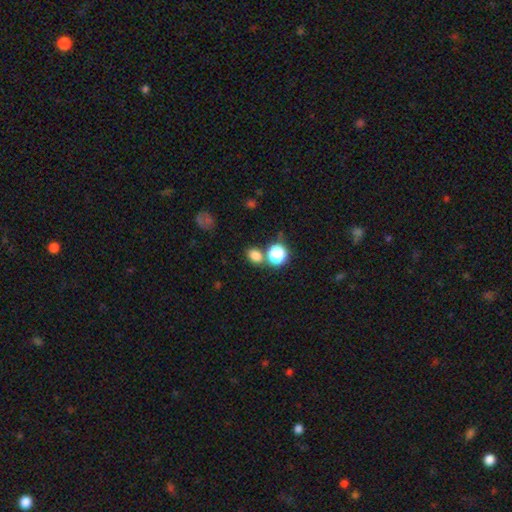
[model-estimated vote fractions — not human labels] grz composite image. It shows a smooth galaxy with no disk features (77%) that is in between round and cigar-shaped (53%). Merging: none (68%).